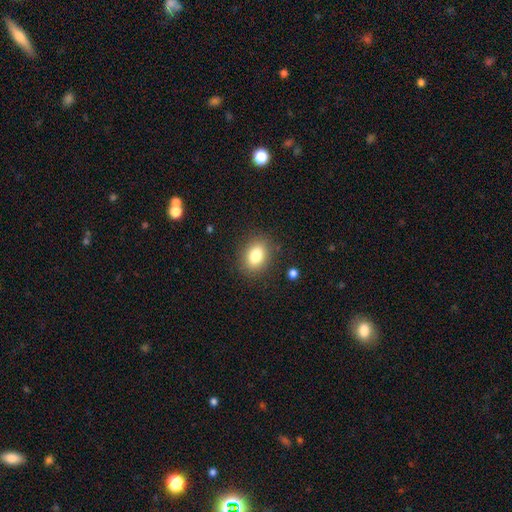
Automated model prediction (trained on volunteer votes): This appears to be a smooth galaxy with no disk features (82%) that is in between round and cigar-shaped (72%). Merging: none (86%).